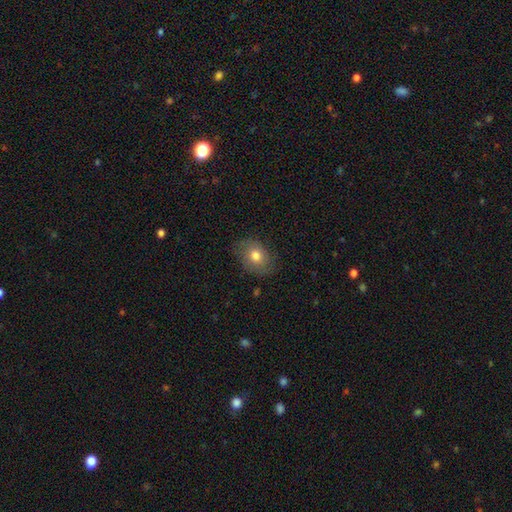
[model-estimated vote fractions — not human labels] Q: Smooth or featured?
A: smooth (73%); runner-up: featured or disk (18%)
Q: How rounded?
A: in between (64%); runner-up: round (35%)
Q: Merging?
A: none (75%); runner-up: minor disturbance (19%)